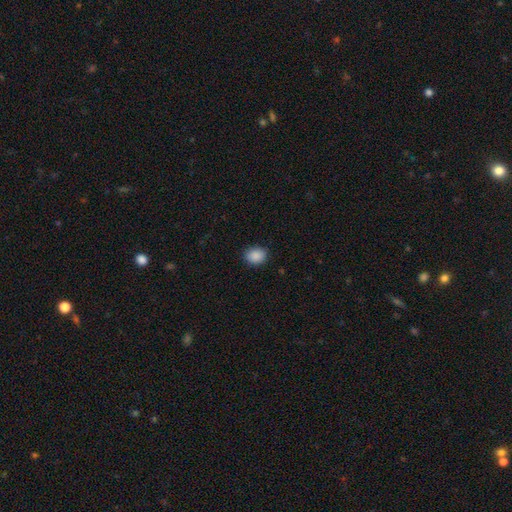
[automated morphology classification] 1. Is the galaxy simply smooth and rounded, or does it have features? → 89% smooth, 8% star or artifact, 3% featured or disk.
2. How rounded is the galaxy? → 52% round, 47% in between, 1% cigar-shaped.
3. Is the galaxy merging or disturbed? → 84% none, 12% minor disturbance, 3% major disturbance, 1% merger.